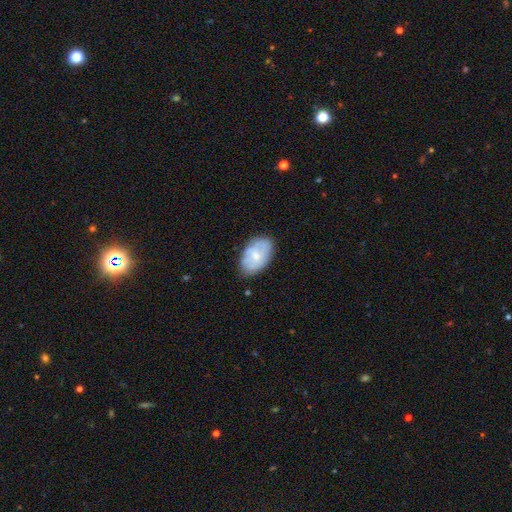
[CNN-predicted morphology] Overall: smooth (55%; featured or disk 39%). How rounded: in between (90%). Merging: none (74%).